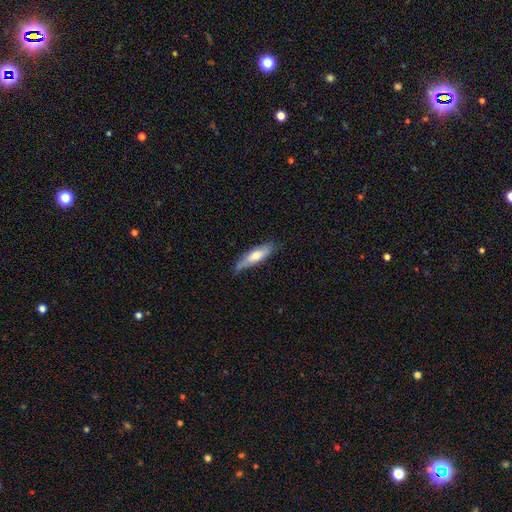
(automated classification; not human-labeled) smooth_or_featured: smooth (p=0.59) [alt: featured or disk p=0.35]
how_rounded: cigar-shaped (p=0.66) [alt: in between p=0.33]
merging: none (p=0.72) [alt: minor disturbance p=0.23]